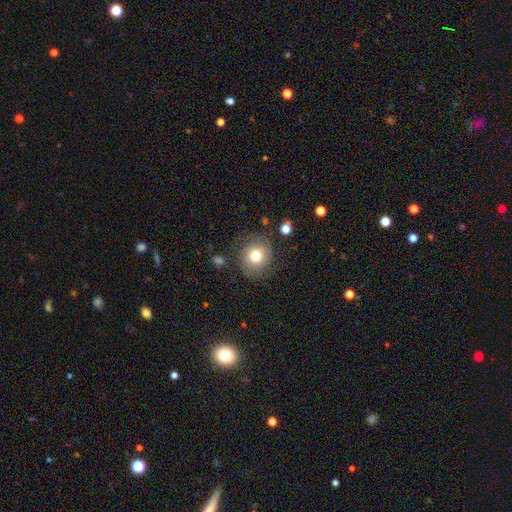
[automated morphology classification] A smooth galaxy with no disk features (74%) that is round (81%). Merging: none (77%).